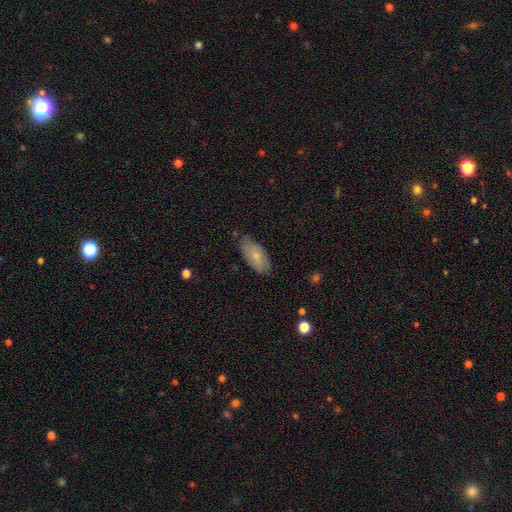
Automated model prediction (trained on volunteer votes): Overall: smooth (70%). How rounded: in between (91%). Merging: none (72%).